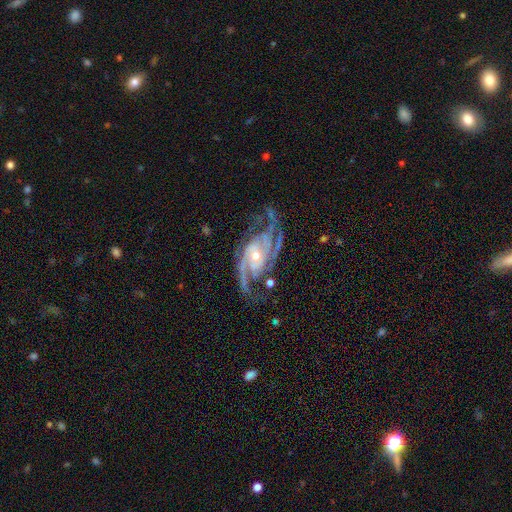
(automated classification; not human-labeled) Q: Smooth or featured?
A: featured or disk (93%); runner-up: star or artifact (5%)
Q: Edge-on disk?
A: no (97%); runner-up: yes (3%)
Q: Bar?
A: no (56%); runner-up: weak (29%)
Q: Spiral arms?
A: yes (98%); runner-up: no (2%)
Q: Spiral winding?
A: medium (49%); runner-up: tight (40%)
Q: Spiral arm count?
A: 2 (35%); runner-up: 3 (33%)
Q: Bulge size?
A: small (57%); runner-up: moderate (39%)
Q: Merging?
A: none (68%); runner-up: minor disturbance (18%)